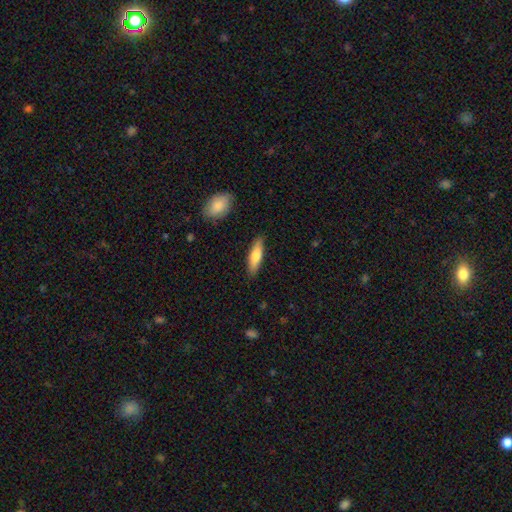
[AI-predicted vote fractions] Smooth or featured? Predicted: smooth (p=0.74). How rounded? Predicted: cigar-shaped (p=0.59). Merging? Predicted: none (p=0.86).